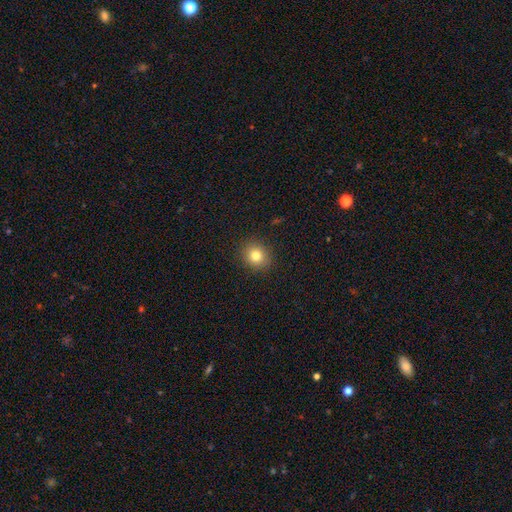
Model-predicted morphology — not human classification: Q: Smooth or featured?
A: smooth (80%); runner-up: star or artifact (12%)
Q: How rounded?
A: round (78%); runner-up: in between (21%)
Q: Merging?
A: none (90%); runner-up: minor disturbance (7%)